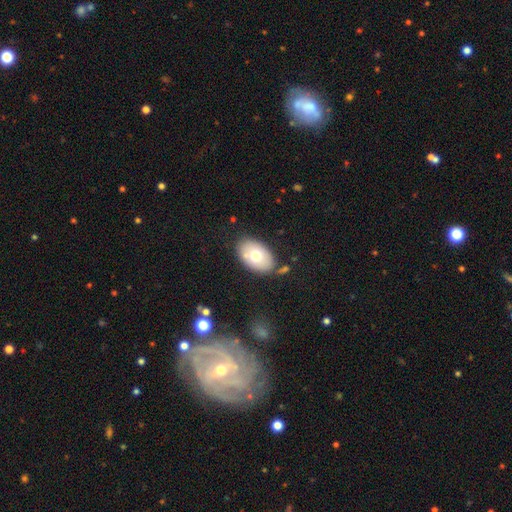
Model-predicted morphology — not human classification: A smooth galaxy with no disk features (69%) that is in between round and cigar-shaped (89%).

Vote fractions:
- Smooth or featured? smooth: 69% / featured or disk: 23% / star or artifact: 7%
- How rounded? in between: 89% / round: 10% / cigar-shaped: 1%
- Merging? none: 79% / minor disturbance: 12% / merger: 5% / major disturbance: 3%